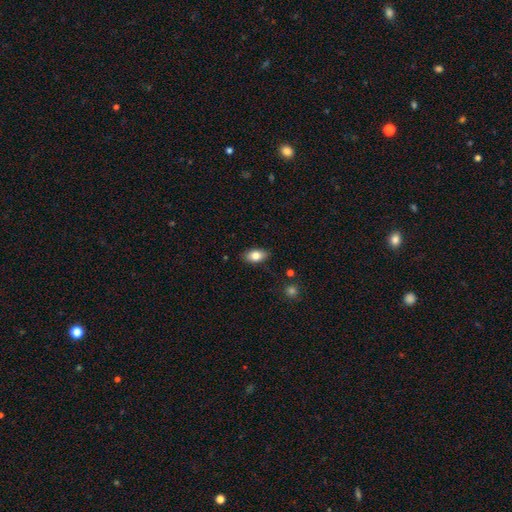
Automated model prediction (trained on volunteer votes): Smooth or featured?
  - smooth: 80% *
  - featured or disk: 12%
  - star or artifact: 8%
How rounded?
  - in between: 90% *
  - round: 6%
  - cigar-shaped: 3%
Merging?
  - none: 86% *
  - minor disturbance: 11%
  - major disturbance: 2%
  - merger: 1%